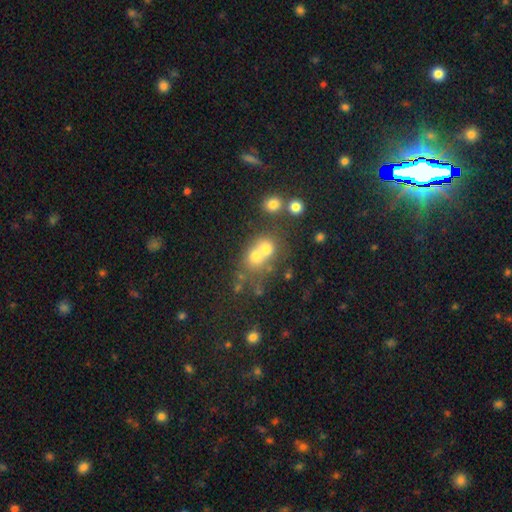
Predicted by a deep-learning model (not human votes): Smooth or featured? Predicted: smooth (p=0.64). How rounded? Predicted: round (p=0.69). Merging? Predicted: merger (p=0.58).